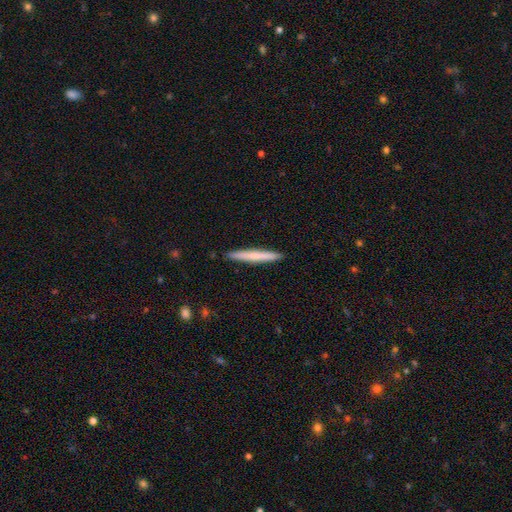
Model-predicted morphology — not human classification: Overall: smooth (65%; featured or disk 30%). How rounded: cigar-shaped (97%). Merging: none (92%).